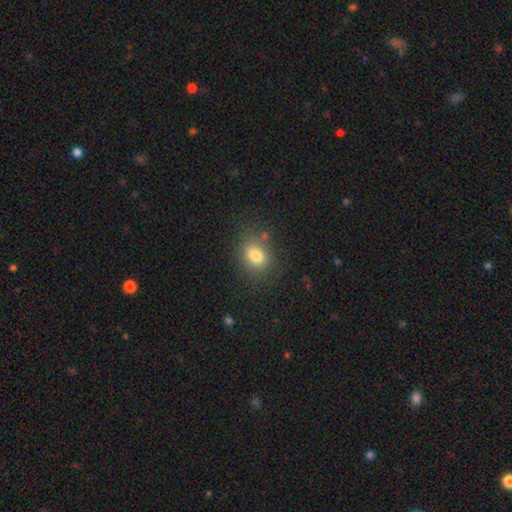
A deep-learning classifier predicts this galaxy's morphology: A smooth galaxy with no disk features (80%) that is in between round and cigar-shaped (56%).

Vote fractions:
- Smooth or featured? smooth: 80% / star or artifact: 12% / featured or disk: 8%
- How rounded? in between: 56% / round: 43% / cigar-shaped: 1%
- Merging? none: 78% / minor disturbance: 13% / major disturbance: 5% / merger: 3%